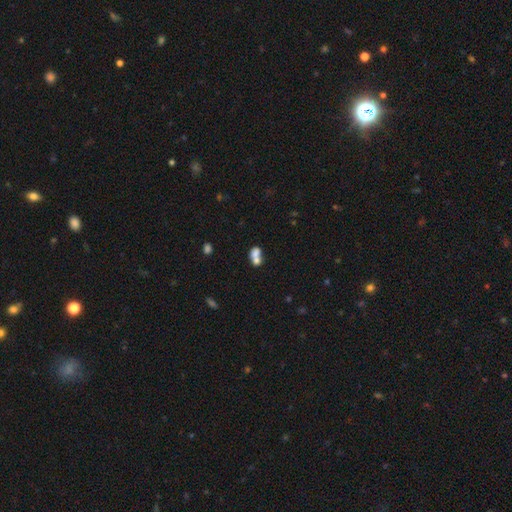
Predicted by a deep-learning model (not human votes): Morphology: type=smooth (71%); roundness=in between (65%); merging=merger (70%).